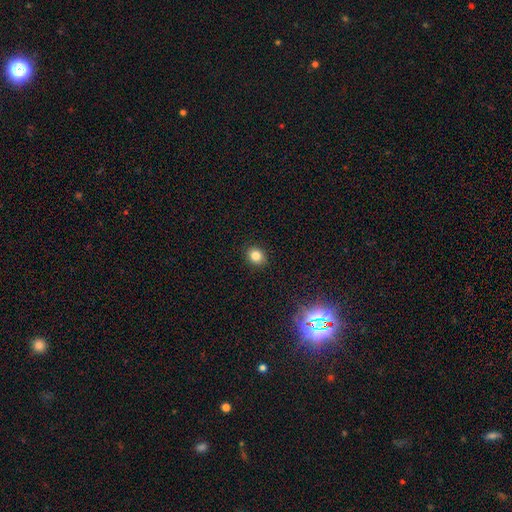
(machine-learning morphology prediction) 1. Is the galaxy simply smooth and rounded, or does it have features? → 83% smooth, 12% star or artifact, 5% featured or disk.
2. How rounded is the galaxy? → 57% round, 42% in between, 1% cigar-shaped.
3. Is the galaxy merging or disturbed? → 90% none, 7% minor disturbance, 2% major disturbance, 1% merger.